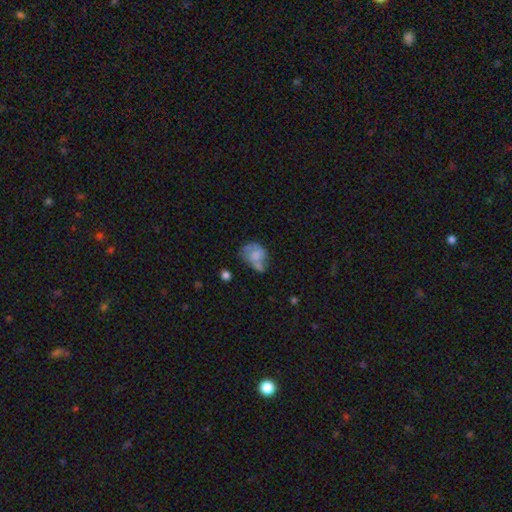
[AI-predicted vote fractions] This appears to be a smooth galaxy with no disk features (57%) that is in between round and cigar-shaped (56%). Merging: minor disturbance (28%).